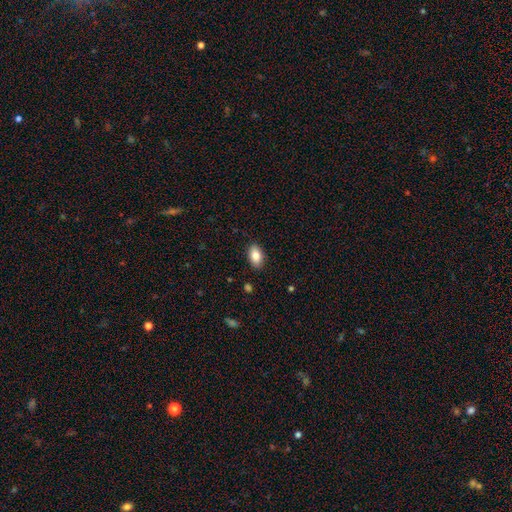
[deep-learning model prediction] This is clearly a smooth galaxy (84%). How rounded: clearly in between (91%). Merging: clearly none (88%).